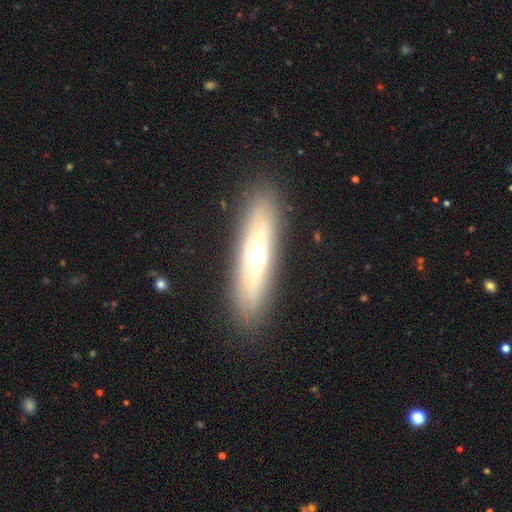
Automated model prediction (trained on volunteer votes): This is possibly a smooth galaxy (48%). Merging: clearly none (87%).